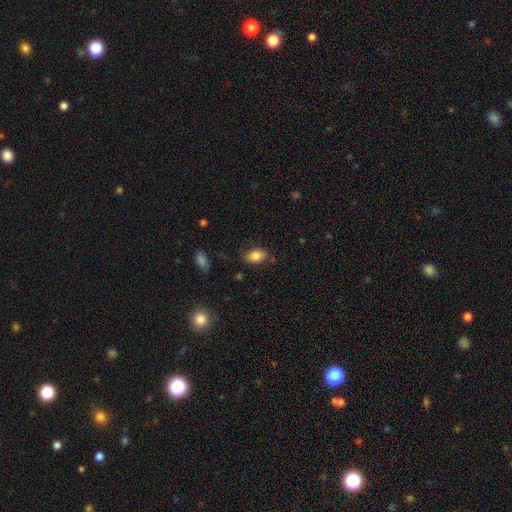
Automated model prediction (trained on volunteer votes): Smooth or featured?
  - smooth: 83% *
  - featured or disk: 9%
  - star or artifact: 8%
How rounded?
  - in between: 89% *
  - round: 10%
  - cigar-shaped: 2%
Merging?
  - none: 81% *
  - minor disturbance: 13%
  - major disturbance: 3%
  - merger: 2%